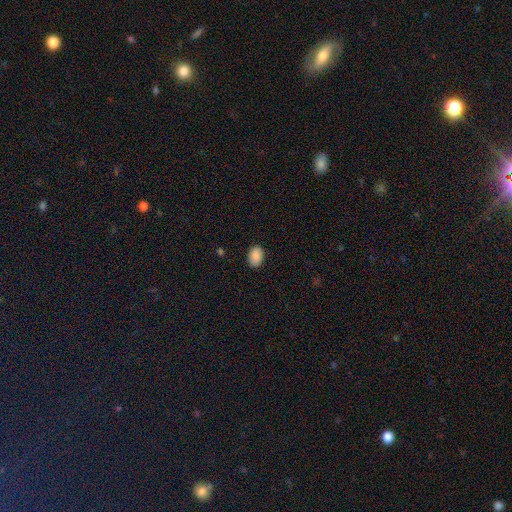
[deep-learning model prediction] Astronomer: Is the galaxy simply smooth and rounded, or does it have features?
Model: smooth — 90%.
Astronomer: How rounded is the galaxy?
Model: in between — 81%.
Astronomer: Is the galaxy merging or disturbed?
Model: none — 88%.